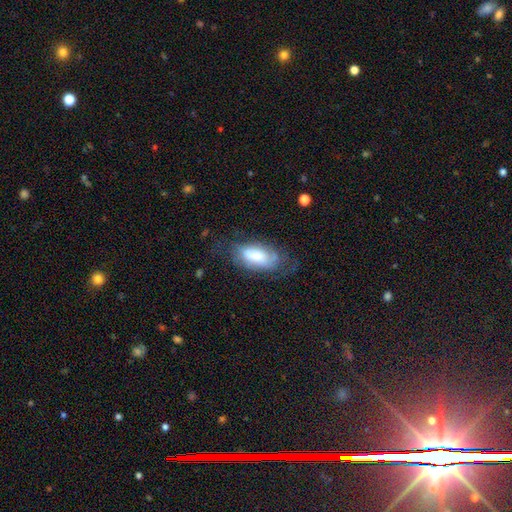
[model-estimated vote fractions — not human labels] Smooth or featured?
  - smooth: 54% *
  - featured or disk: 38%
  - star or artifact: 8%
How rounded?
  - in between: 90% *
  - cigar-shaped: 7%
  - round: 3%
Merging?
  - none: 56% *
  - minor disturbance: 26%
  - major disturbance: 16%
  - merger: 2%